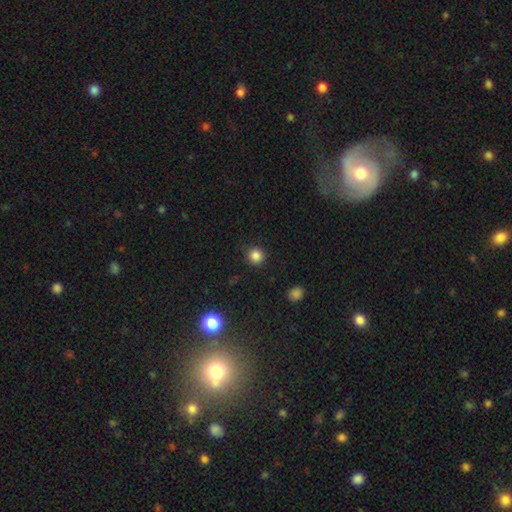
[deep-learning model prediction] Smooth or featured? Predicted: smooth (p=0.84). How rounded? Predicted: round (p=0.93). Merging? Predicted: none (p=0.90).